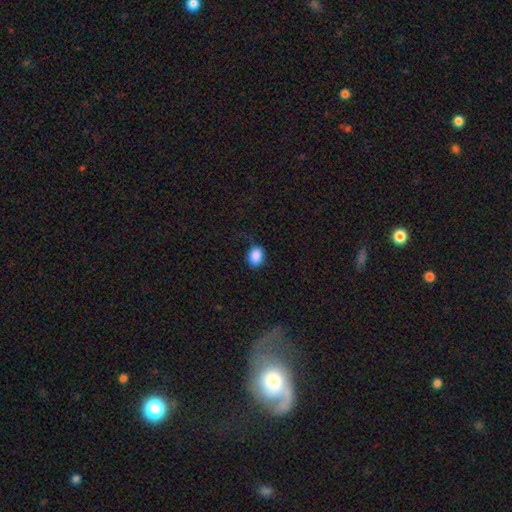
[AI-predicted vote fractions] smooth-or-featured: smooth: 88% | star or artifact: 8% | featured or disk: 4%
  how-rounded: in between: 61% | round: 38% | cigar-shaped: 1%
  merging: none: 71% | minor disturbance: 21% | major disturbance: 7% | merger: 1%